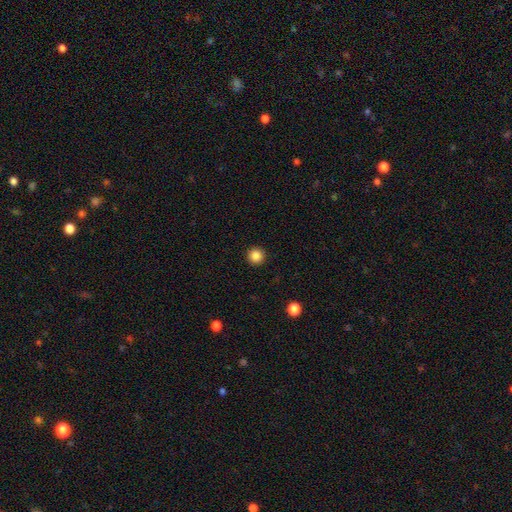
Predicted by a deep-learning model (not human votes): A smooth galaxy with no disk features (86%) that is round (96%).

Vote fractions:
- Smooth or featured? smooth: 86% / star or artifact: 11% / featured or disk: 4%
- How rounded? round: 96% / in between: 3% / cigar-shaped: 1%
- Merging? none: 93% / minor disturbance: 4% / major disturbance: 2% / merger: 1%